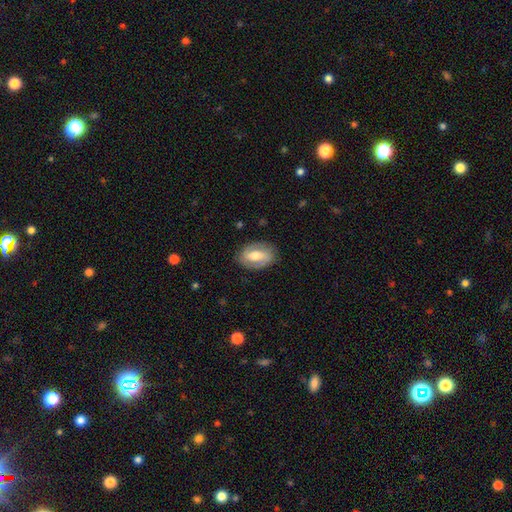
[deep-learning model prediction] smooth-or-featured: featured or disk: 57% | smooth: 37% | star or artifact: 6%
  disk-edge-on: no: 93% | yes: 7%
    bar: weak: 39% | strong: 38% | no: 23%
    has-spiral-arms: yes: 65% | no: 35%
    bulge-size: moderate: 68% | small: 19% | large: 10% | none: 1% | dominant: 1%
  merging: none: 81% | minor disturbance: 13% | major disturbance: 4% | merger: 1%